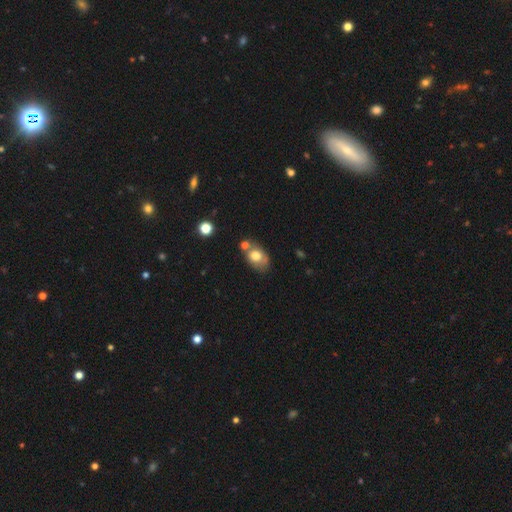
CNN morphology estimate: Smooth or featured?
  - smooth: 71% *
  - featured or disk: 20%
  - star or artifact: 9%
How rounded?
  - in between: 78% *
  - round: 20%
  - cigar-shaped: 1%
Merging?
  - none: 46% *
  - merger: 26%
  - minor disturbance: 20%
  - major disturbance: 7%